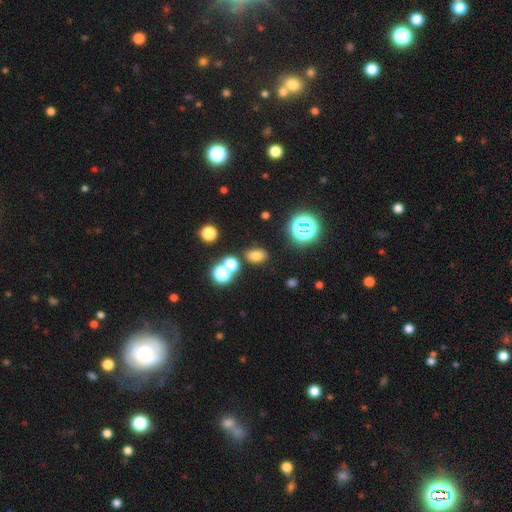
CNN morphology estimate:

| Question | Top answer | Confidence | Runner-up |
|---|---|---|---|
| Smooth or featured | smooth | 70% | star or artifact (22%) |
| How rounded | in between | 72% | round (26%) |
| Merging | none | 80% | minor disturbance (10%) |